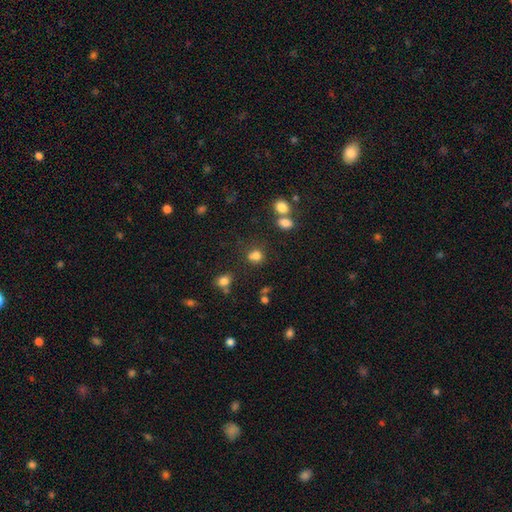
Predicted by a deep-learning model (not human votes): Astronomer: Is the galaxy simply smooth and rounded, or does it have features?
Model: smooth — 77%.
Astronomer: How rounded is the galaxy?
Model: round — 73%.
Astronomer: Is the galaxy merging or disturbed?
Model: none — 57%.